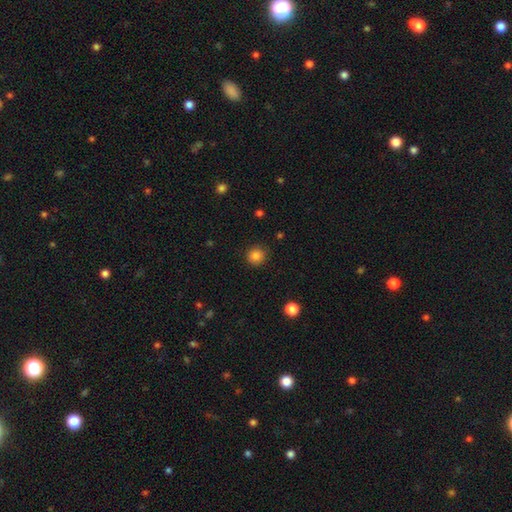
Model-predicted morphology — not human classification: A smooth galaxy with no disk features (85%) that is round (92%).

Vote fractions:
- Smooth or featured? smooth: 85% / star or artifact: 11% / featured or disk: 4%
- How rounded? round: 92% / in between: 7% / cigar-shaped: 1%
- Merging? none: 90% / minor disturbance: 7% / major disturbance: 2% / merger: 1%